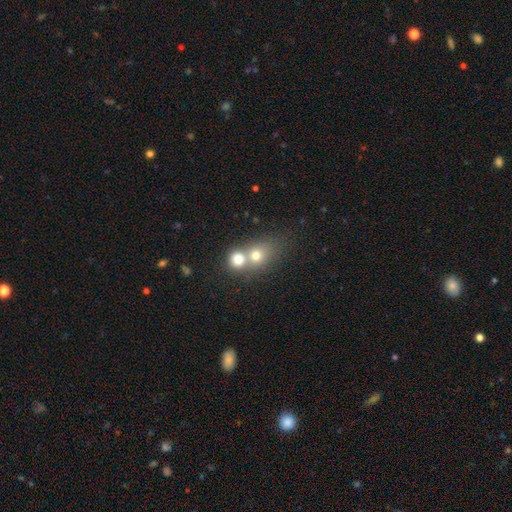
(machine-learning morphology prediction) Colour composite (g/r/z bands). It shows a smooth galaxy with no disk features (72%) that is round (70%). Merging: merger (66%).